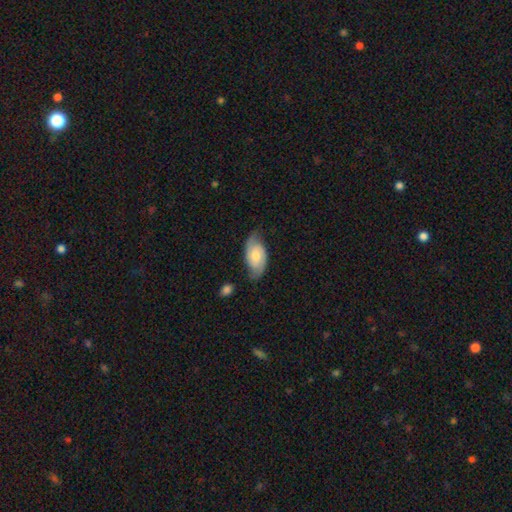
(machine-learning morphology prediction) The model was most divided on "bulge size": moderate: 49%, small: 33%, large: 10%, none: 6%, dominant: 2%. More confident: edge-on disk — no (94%); spiral arms — yes (88%); bar — no (68%); merging — none (60%); smooth or featured — featured or disk (56%).